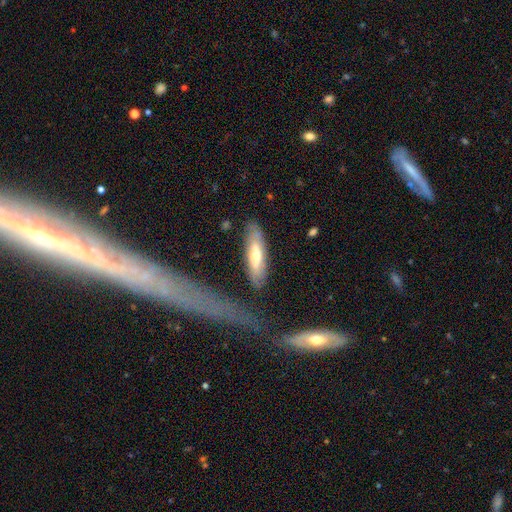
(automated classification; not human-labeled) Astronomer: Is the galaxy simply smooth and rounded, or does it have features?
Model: smooth — 49% (runner-up: featured or disk, 45%).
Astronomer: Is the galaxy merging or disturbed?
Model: none — 78%.